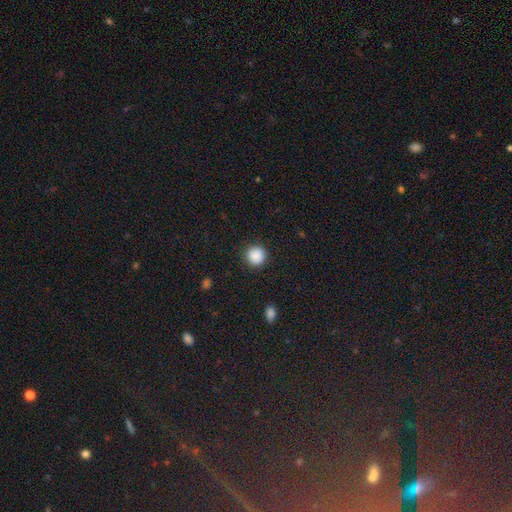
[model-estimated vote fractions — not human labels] Q: Smooth or featured?
A: smooth (89%); runner-up: star or artifact (9%)
Q: How rounded?
A: round (95%); runner-up: in between (4%)
Q: Merging?
A: none (91%); runner-up: minor disturbance (6%)